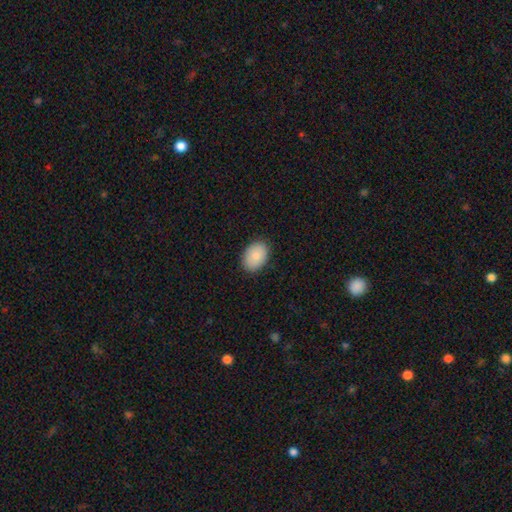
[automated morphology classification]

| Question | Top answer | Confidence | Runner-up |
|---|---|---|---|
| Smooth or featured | smooth | 86% | featured or disk (7%) |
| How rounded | in between | 79% | round (20%) |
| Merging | none | 88% | minor disturbance (9%) |